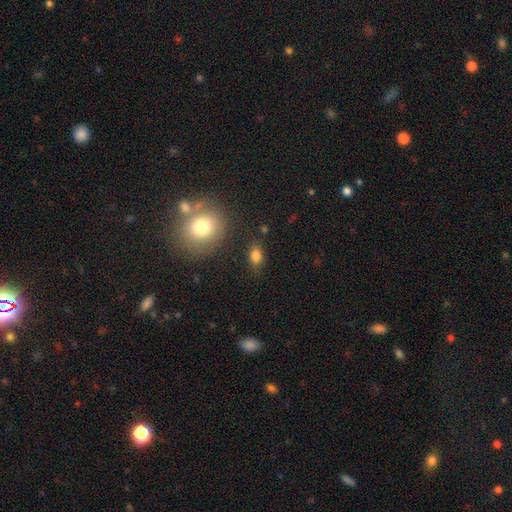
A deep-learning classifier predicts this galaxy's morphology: The model was most divided on "merging": none: 77%, minor disturbance: 15%, major disturbance: 4%, merger: 4%. More confident: smooth or featured — smooth (82%); how rounded — in between (80%).